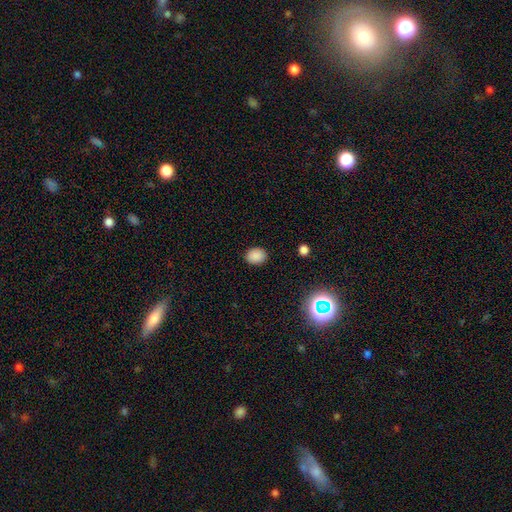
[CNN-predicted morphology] Smooth or featured? smooth (85%)
How rounded? round (51%)
Merging? none (89%)